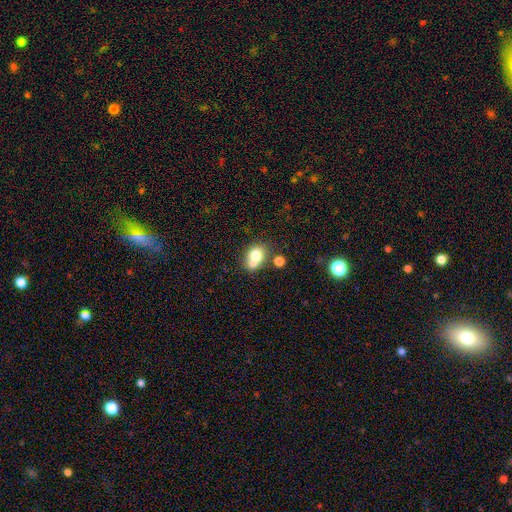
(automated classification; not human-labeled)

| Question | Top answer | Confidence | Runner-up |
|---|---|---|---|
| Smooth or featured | smooth | 72% | featured or disk (17%) |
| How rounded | round | 50% | in between (49%) |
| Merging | merger | 46% | none (38%) |